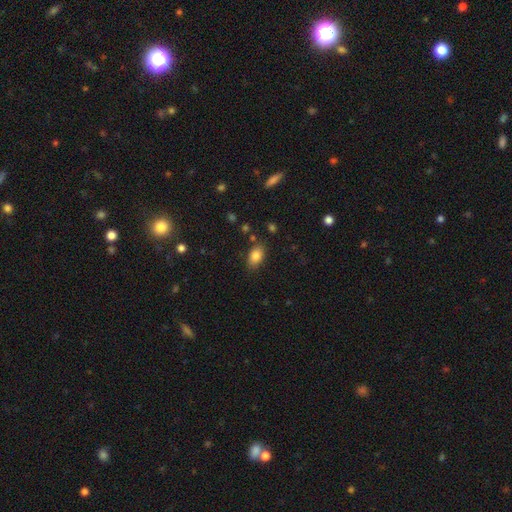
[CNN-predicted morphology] smooth-or-featured: smooth: 84% | star or artifact: 9% | featured or disk: 7%
  how-rounded: in between: 89% | round: 9% | cigar-shaped: 3%
  merging: none: 81% | minor disturbance: 13% | major disturbance: 3% | merger: 2%